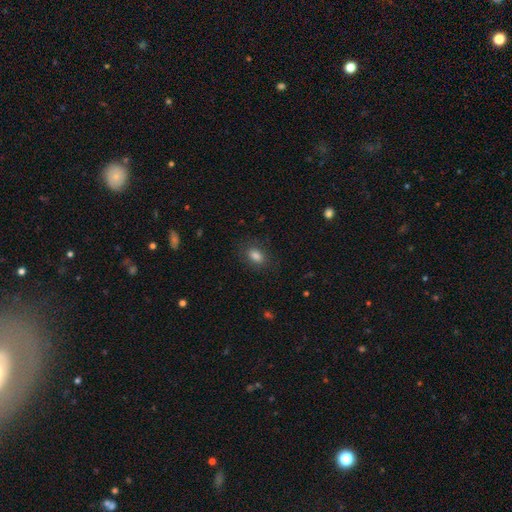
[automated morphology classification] Overall: smooth (84%). How rounded: in between (83%). Merging: none (83%).